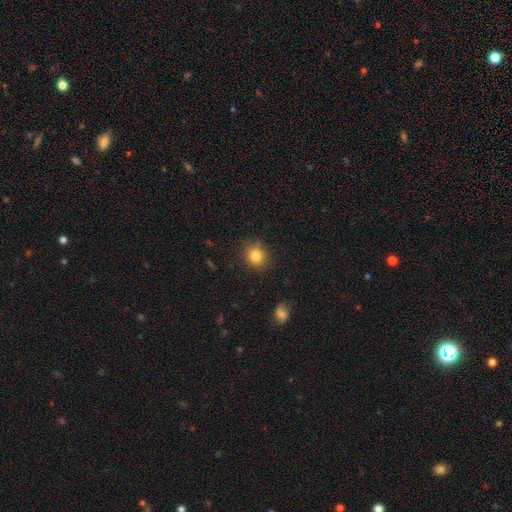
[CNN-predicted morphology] Q: Smooth or featured?
A: smooth (84%); runner-up: star or artifact (11%)
Q: How rounded?
A: round (83%); runner-up: in between (16%)
Q: Merging?
A: none (84%); runner-up: minor disturbance (11%)